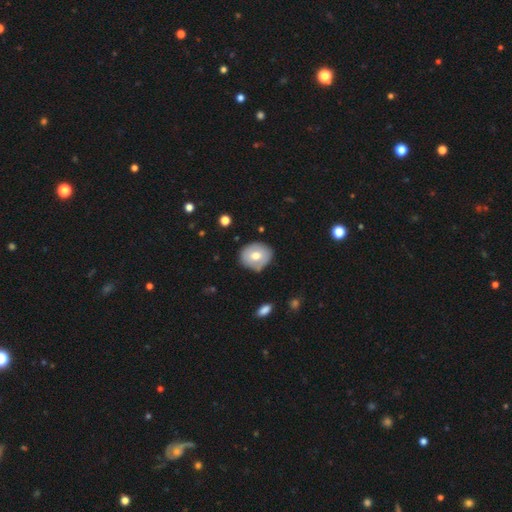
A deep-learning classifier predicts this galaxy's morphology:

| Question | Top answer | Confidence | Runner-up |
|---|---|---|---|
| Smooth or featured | smooth | 65% | featured or disk (28%) |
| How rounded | round | 75% | in between (24%) |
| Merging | none | 78% | minor disturbance (16%) |